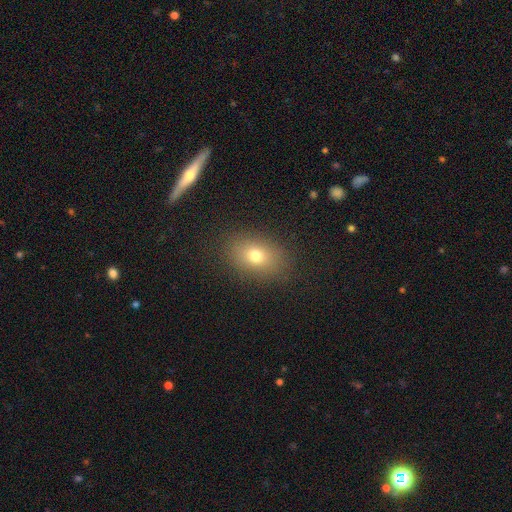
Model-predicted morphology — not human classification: smooth 74%, star or artifact 13%, featured or disk 13%. Down the decision tree: how rounded — in between (74%); merging — none (85%).